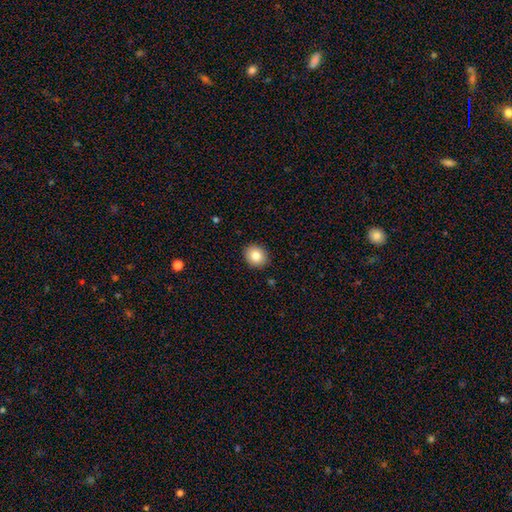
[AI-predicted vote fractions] smooth-or-featured: smooth: 83% | star or artifact: 9% | featured or disk: 8%
  how-rounded: round: 69% | in between: 30% | cigar-shaped: 1%
  merging: none: 91% | minor disturbance: 7% | major disturbance: 2% | merger: 1%